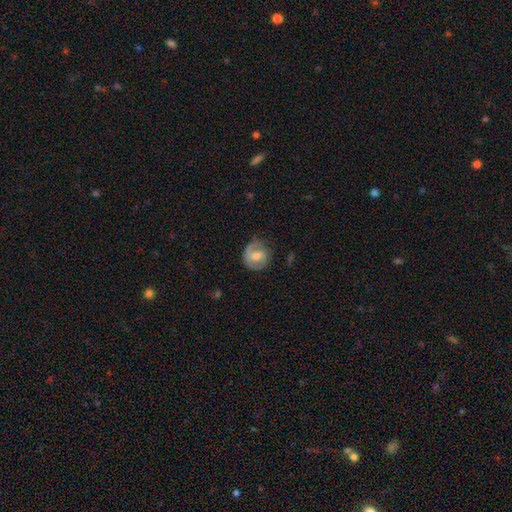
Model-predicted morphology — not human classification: smooth_or_featured: featured or disk (p=0.56) [alt: smooth p=0.38]
disk_edge_on: no (p=0.97) [alt: yes p=0.03]
bar: weak (p=0.45) [alt: no p=0.44]
has_spiral_arms: yes (p=0.78) [alt: no p=0.22]
bulge_size: moderate (p=0.60) [alt: small p=0.24]
merging: none (p=0.60) [alt: minor disturbance p=0.25]